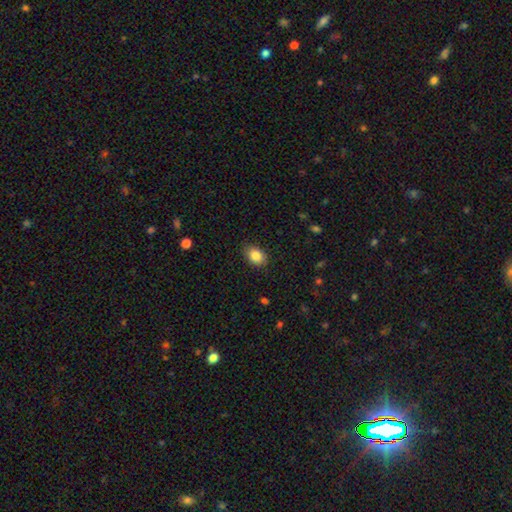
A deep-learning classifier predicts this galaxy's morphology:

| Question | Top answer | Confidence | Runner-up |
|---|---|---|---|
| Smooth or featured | smooth | 87% | star or artifact (8%) |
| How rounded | in between | 73% | round (26%) |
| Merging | none | 85% | minor disturbance (11%) |